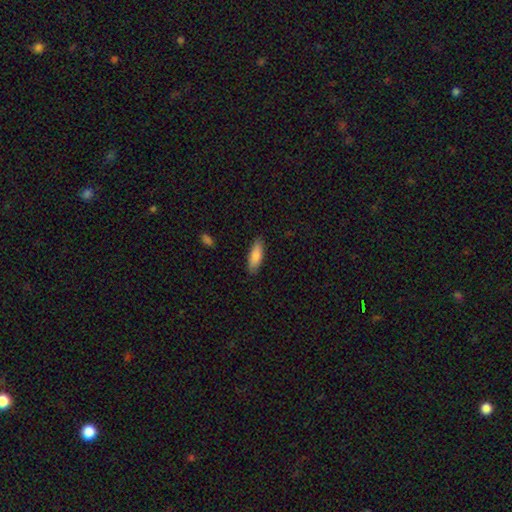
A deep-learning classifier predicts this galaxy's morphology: Overall: smooth (86%). How rounded: in between (57%; cigar-shaped 41%). Merging: none (87%).